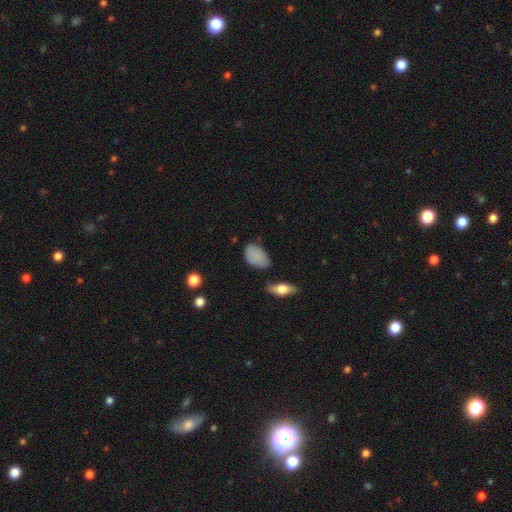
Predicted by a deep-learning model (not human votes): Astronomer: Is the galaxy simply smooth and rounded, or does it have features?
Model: smooth — 82%.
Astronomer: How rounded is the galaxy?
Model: in between — 90%.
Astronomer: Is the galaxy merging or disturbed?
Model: none — 56% (runner-up: minor disturbance, 31%).